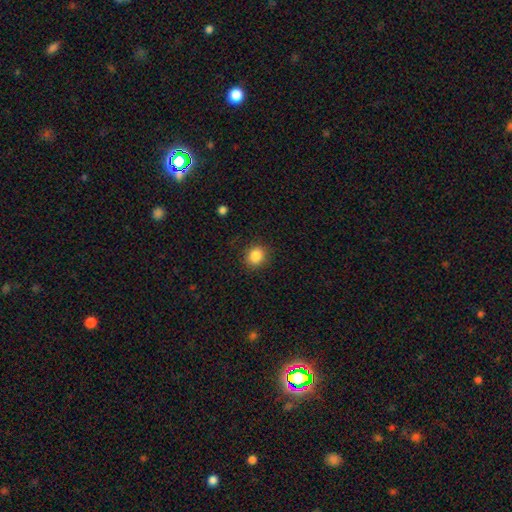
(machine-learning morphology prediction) Smooth or featured: smooth — 86% (star or artifact — 10%)
How rounded: round — 80% (in between — 19%)
Merging: none — 87% (minor disturbance — 9%)